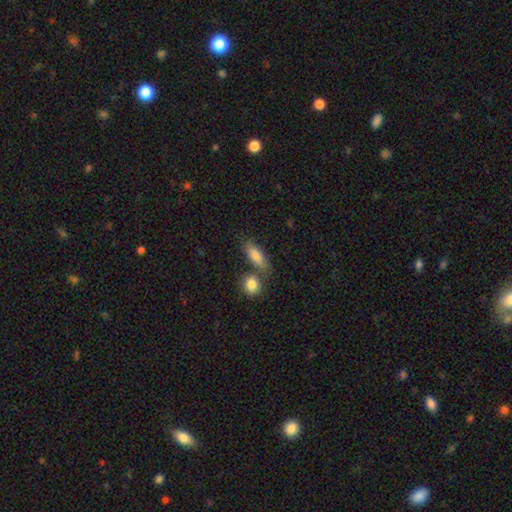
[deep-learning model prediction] smooth-or-featured: smooth: 81% | featured or disk: 11% | star or artifact: 8%
  how-rounded: in between: 68% | cigar-shaped: 27% | round: 5%
  merging: none: 61% | merger: 23% | minor disturbance: 12% | major disturbance: 4%